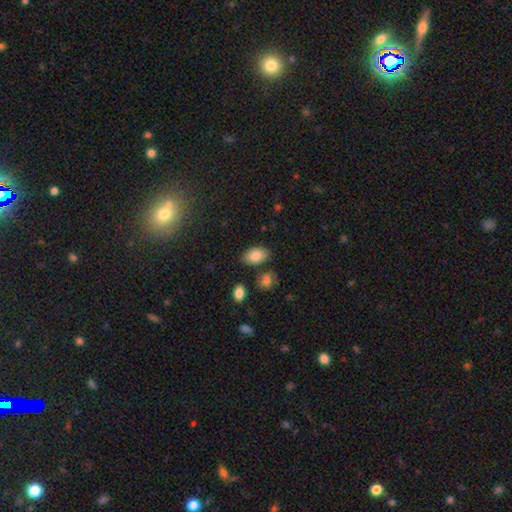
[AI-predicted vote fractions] smooth-or-featured: smooth: 84% | featured or disk: 9% | star or artifact: 7%
  how-rounded: in between: 91% | round: 7% | cigar-shaped: 1%
  merging: none: 77% | minor disturbance: 13% | merger: 7% | major disturbance: 3%